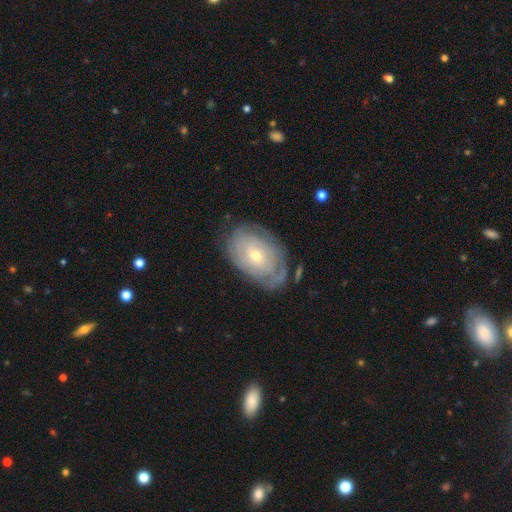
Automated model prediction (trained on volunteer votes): The model was most divided on "bulge size": small: 61%, moderate: 35%, large: 2%, none: 1%, dominant: 1%. More confident: edge-on disk — no (95%); bar — no (77%); spiral arms — yes (71%); merging — none (68%); smooth or featured — featured or disk (66%).